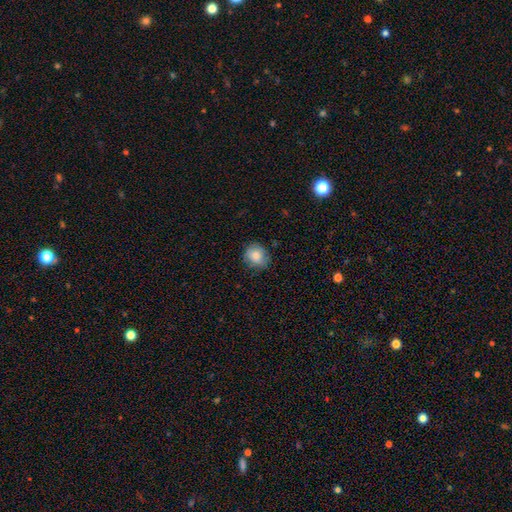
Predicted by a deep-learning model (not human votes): Morphology: type=smooth (82%); roundness=round (79%); merging=none (80%).